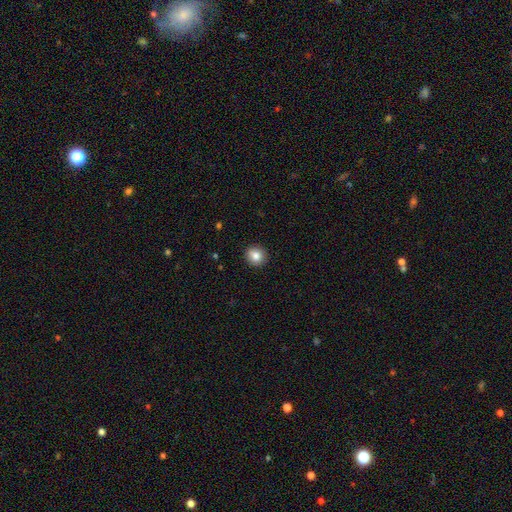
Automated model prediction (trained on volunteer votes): A smooth galaxy with no disk features (83%) that is round (88%).

Vote fractions:
- Smooth or featured? smooth: 83% / star or artifact: 9% / featured or disk: 8%
- How rounded? round: 88% / in between: 11% / cigar-shaped: 1%
- Merging? none: 92% / minor disturbance: 6% / major disturbance: 2% / merger: 1%